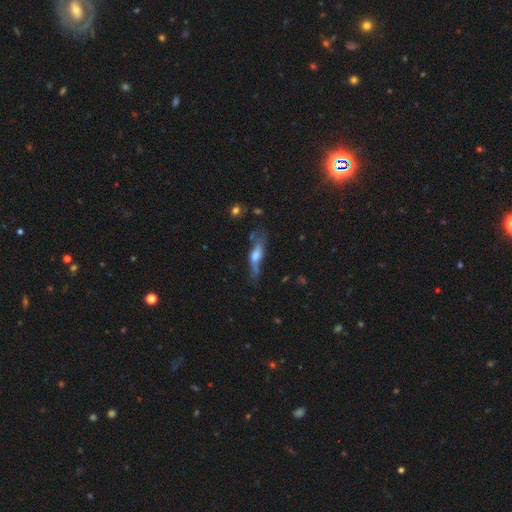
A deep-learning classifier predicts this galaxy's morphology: smooth_or_featured: featured or disk (p=0.48) [alt: smooth p=0.43]
merging: none (p=0.43) [alt: minor disturbance p=0.28]